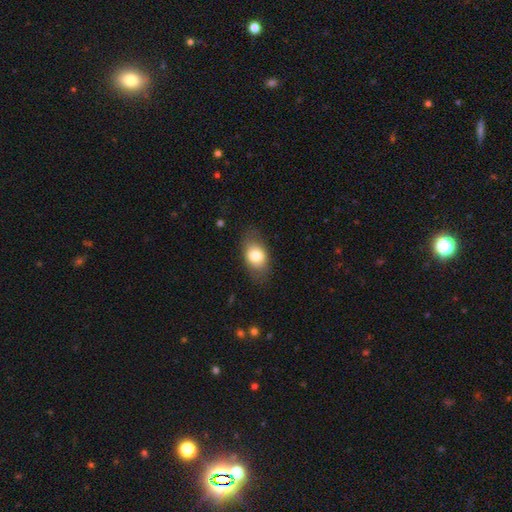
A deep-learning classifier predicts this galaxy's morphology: Smooth or featured? smooth (76%)
How rounded? in between (79%)
Merging? none (76%)